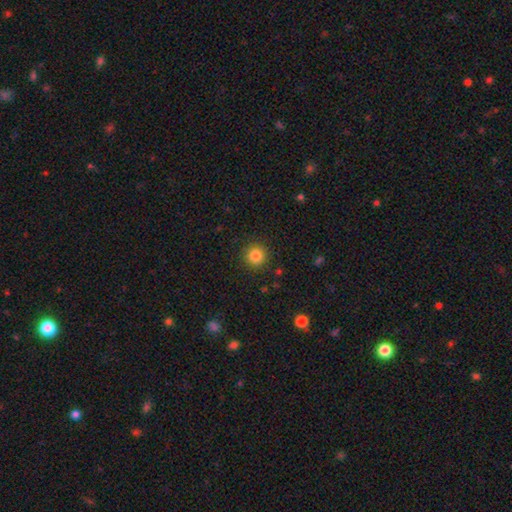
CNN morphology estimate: Smooth or featured? Predicted: smooth (p=0.83). How rounded? Predicted: round (p=0.94). Merging? Predicted: none (p=0.90).